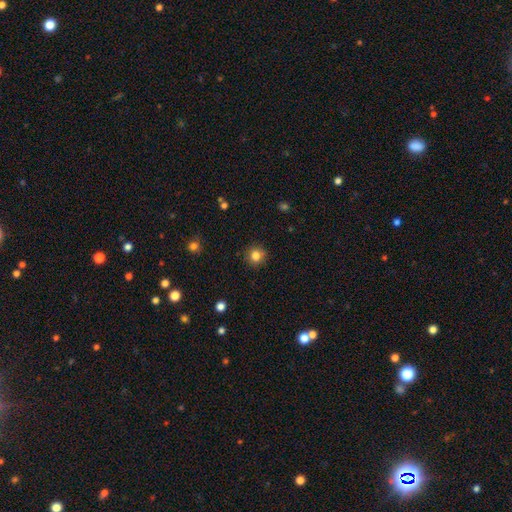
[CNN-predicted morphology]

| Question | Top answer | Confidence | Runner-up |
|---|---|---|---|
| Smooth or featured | smooth | 82% | star or artifact (12%) |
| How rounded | round | 92% | in between (7%) |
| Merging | none | 89% | minor disturbance (8%) |